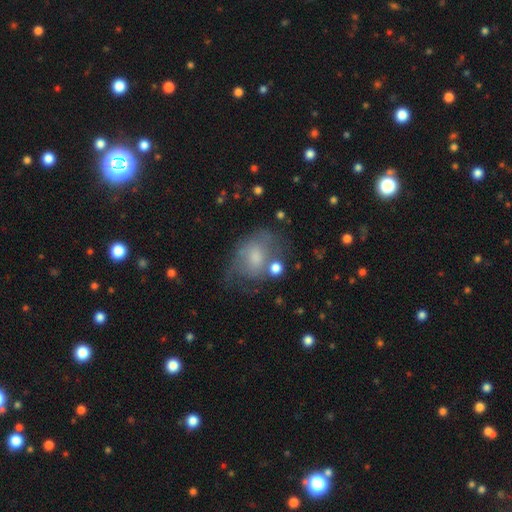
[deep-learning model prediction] This is possibly a smooth galaxy (46%). Merging: possibly none (48%).